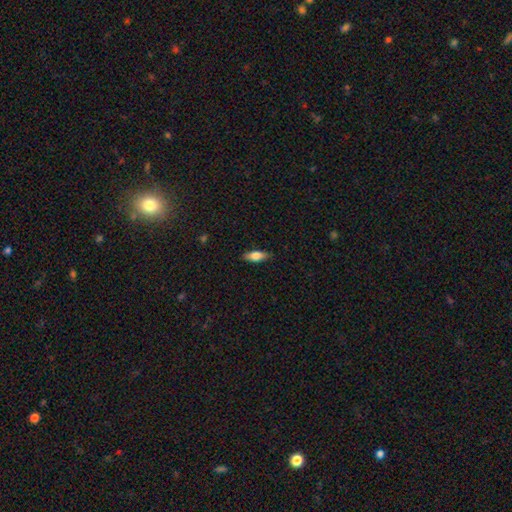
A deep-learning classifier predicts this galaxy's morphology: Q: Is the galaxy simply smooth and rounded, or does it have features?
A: smooth — 74%.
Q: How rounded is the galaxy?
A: in between — 69%.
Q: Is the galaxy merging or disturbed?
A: none — 86%.